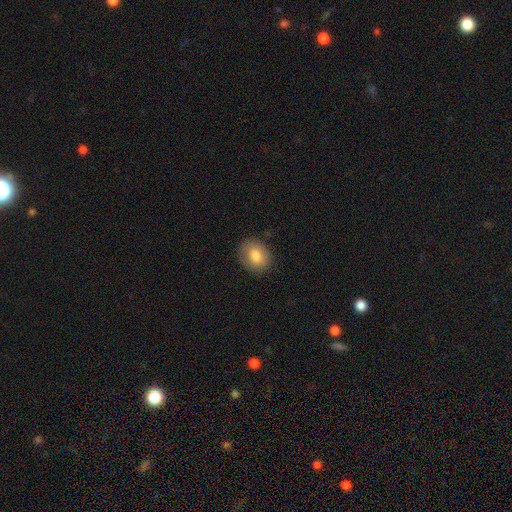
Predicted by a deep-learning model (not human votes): This appears to be a smooth galaxy with no disk features (79%) that is round (52%). Merging: none (82%).